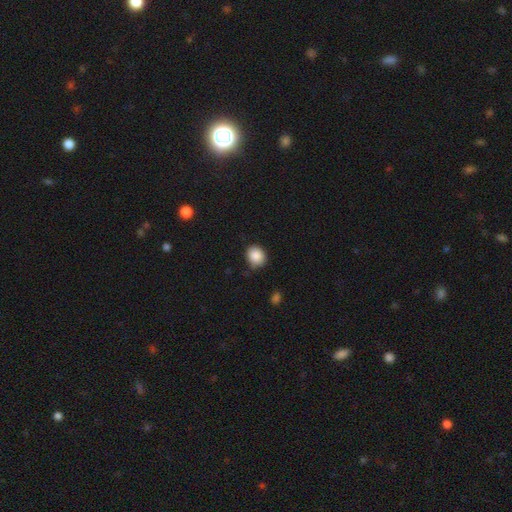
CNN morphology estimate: Smooth or featured: smooth — 88% (star or artifact — 9%)
How rounded: round — 73% (in between — 26%)
Merging: none — 78% (minor disturbance — 18%)